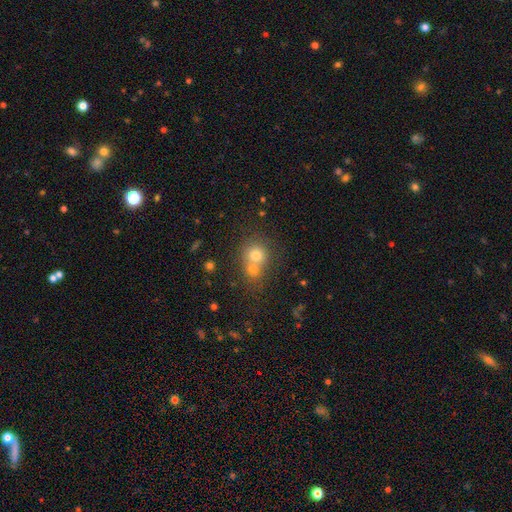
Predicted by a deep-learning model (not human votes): The model was most divided on "merging": merger: 56%, none: 35%, minor disturbance: 6%, major disturbance: 3%. More confident: how rounded — round (83%); smooth or featured — smooth (71%).